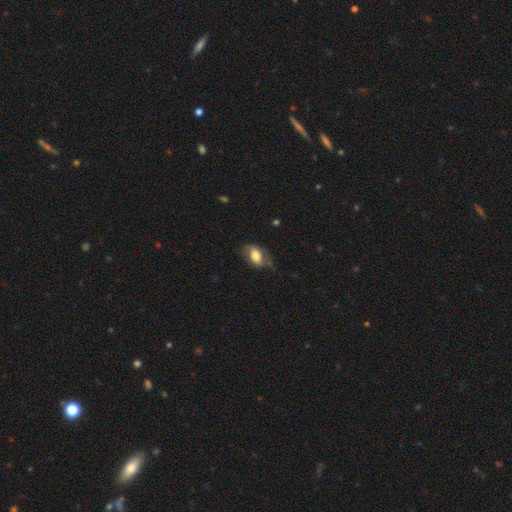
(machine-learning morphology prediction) The model was most divided on "merging": none: 49%, minor disturbance: 31%, major disturbance: 18%, merger: 2%. More confident: how rounded — in between (86%); smooth or featured — smooth (60%).